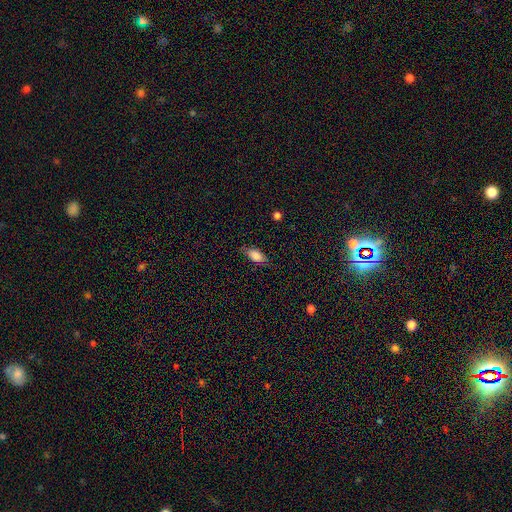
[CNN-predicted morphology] This is clearly a smooth galaxy (81%). How rounded: clearly in between (87%). Merging: likely none (77%).